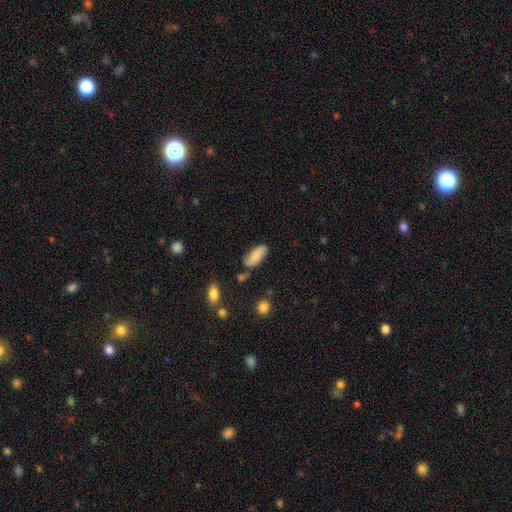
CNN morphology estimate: A smooth galaxy with no disk features (80%) that is in between round and cigar-shaped (82%). Merging: none (67%).